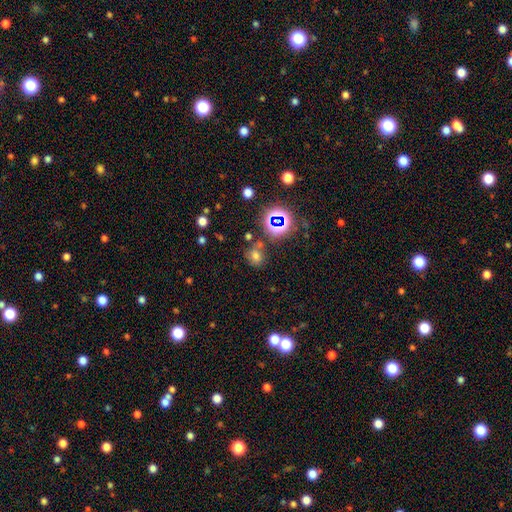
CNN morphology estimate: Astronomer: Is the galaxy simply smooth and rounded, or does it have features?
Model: smooth — 59%.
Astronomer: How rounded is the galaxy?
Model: round — 61% (runner-up: in between, 38%).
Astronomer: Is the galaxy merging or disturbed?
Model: none — 67%.